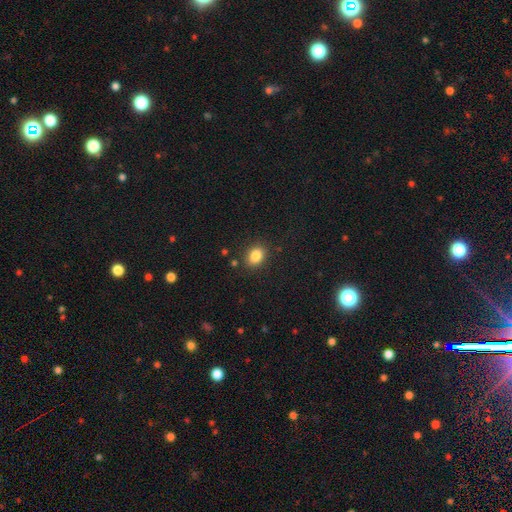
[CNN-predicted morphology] Smooth or featured?
  - smooth: 84% *
  - star or artifact: 10%
  - featured or disk: 6%
How rounded?
  - in between: 66% *
  - round: 33%
  - cigar-shaped: 1%
Merging?
  - none: 85% *
  - minor disturbance: 10%
  - major disturbance: 3%
  - merger: 2%